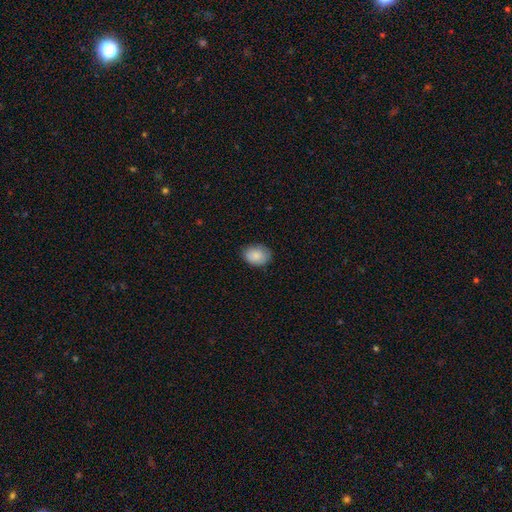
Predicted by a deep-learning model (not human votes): Smooth or featured? Predicted: smooth (p=0.87). How rounded? Predicted: in between (p=0.71). Merging? Predicted: none (p=0.79).